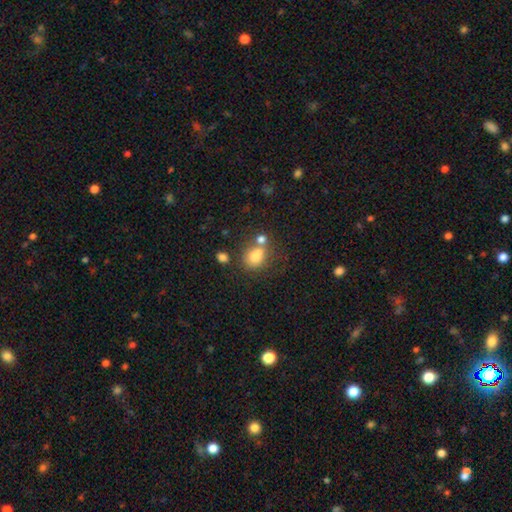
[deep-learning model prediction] Morphology: type=smooth (78%); roundness=in between (52%); merging=none (46%).